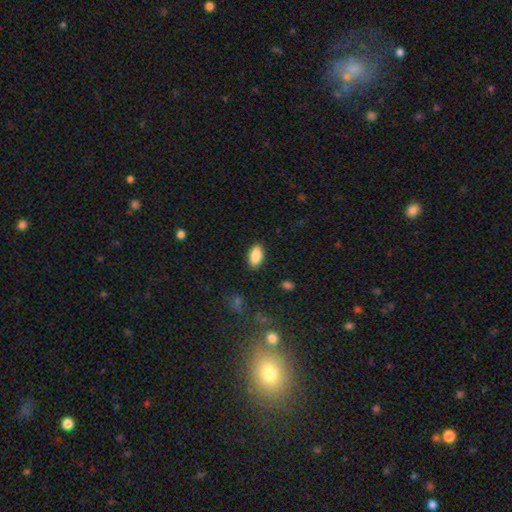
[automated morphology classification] A smooth galaxy with no disk features (88%) that is in between round and cigar-shaped (93%).

Vote fractions:
- Smooth or featured? smooth: 88% / star or artifact: 7% / featured or disk: 5%
- How rounded? in between: 93% / round: 4% / cigar-shaped: 3%
- Merging? none: 88% / minor disturbance: 9% / major disturbance: 2% / merger: 1%